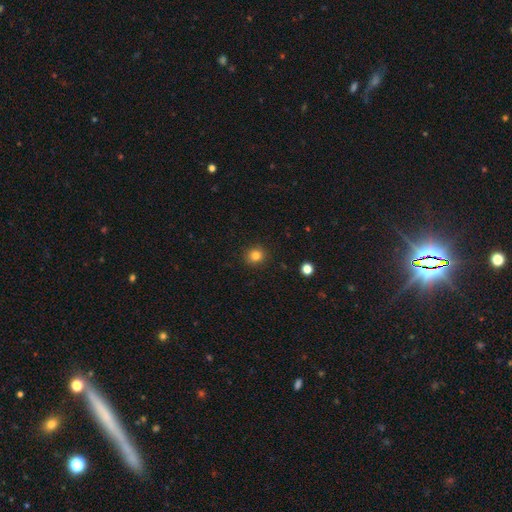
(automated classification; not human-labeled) Morphology: type=smooth (82%); roundness=round (87%); merging=none (91%).